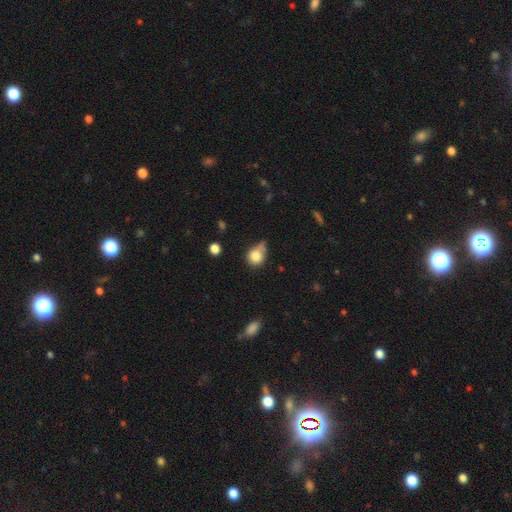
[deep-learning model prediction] This is likely a smooth galaxy (80%). How rounded: likely round (68%). Merging: marginally minor disturbance (39%).